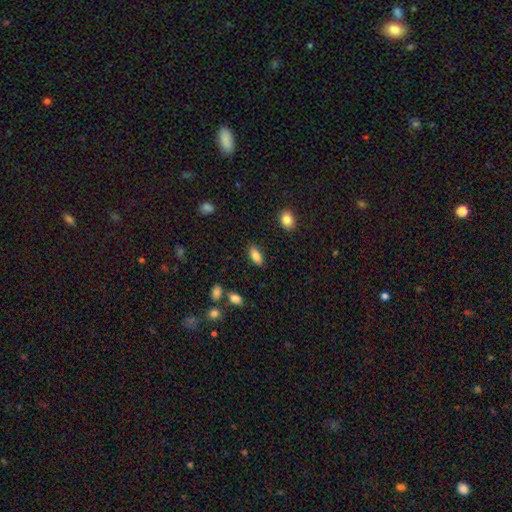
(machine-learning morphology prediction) A smooth galaxy with no disk features (85%) that is in between round and cigar-shaped (85%).

Vote fractions:
- Smooth or featured? smooth: 85% / star or artifact: 8% / featured or disk: 7%
- How rounded? in between: 85% / cigar-shaped: 12% / round: 3%
- Merging? none: 84% / minor disturbance: 11% / major disturbance: 3% / merger: 2%